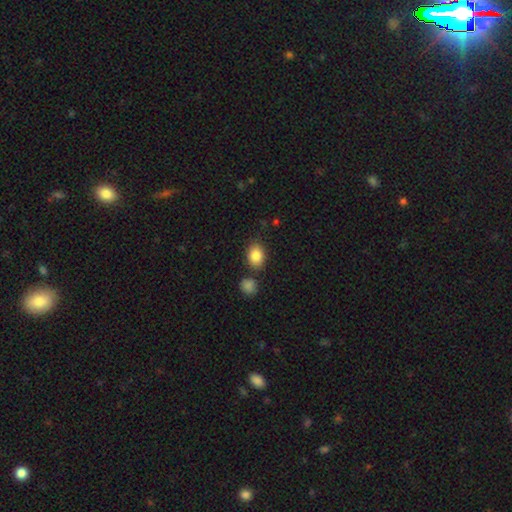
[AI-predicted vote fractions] This appears to be a smooth galaxy with no disk features (86%) that is in between round and cigar-shaped (65%). Merging: none (76%).